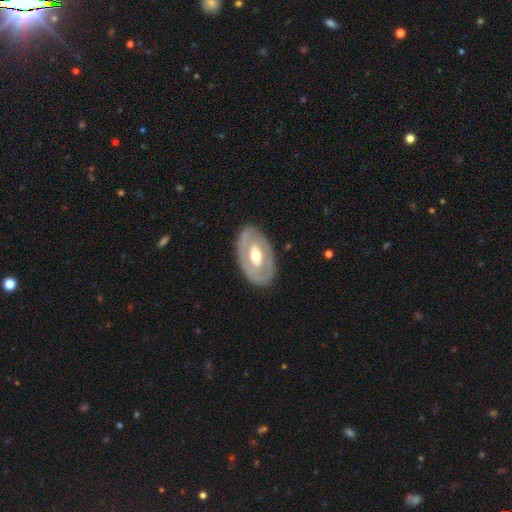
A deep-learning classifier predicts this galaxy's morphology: Smooth or featured: featured or disk — 63% (smooth — 32%)
Edge-on disk: no — 90% (yes — 10%)
Bar: no — 59% (weak — 26%)
Spiral arms: no — 79% (yes — 21%)
Bulge size: moderate — 70% (large — 17%)
Merging: none — 83% (minor disturbance — 12%)